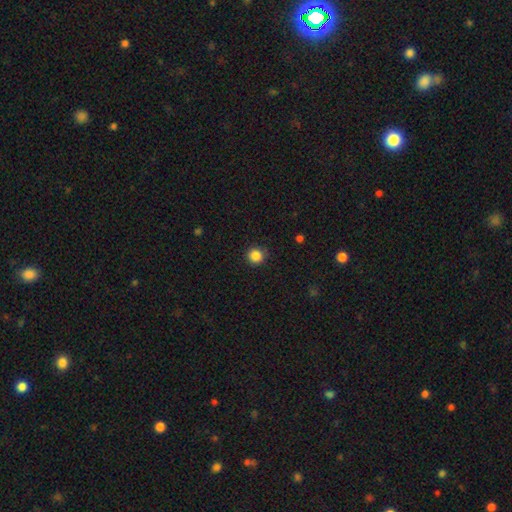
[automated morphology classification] Smooth or featured? smooth (86%)
How rounded? round (94%)
Merging? none (90%)